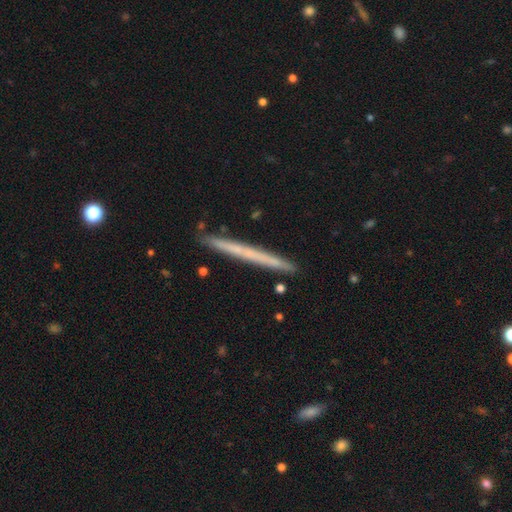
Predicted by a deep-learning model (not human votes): Smooth or featured?
  - featured or disk: 47% *
  - smooth: 44%
  - star or artifact: 8%
Merging?
  - none: 88% *
  - minor disturbance: 9%
  - major disturbance: 2%
  - merger: 2%